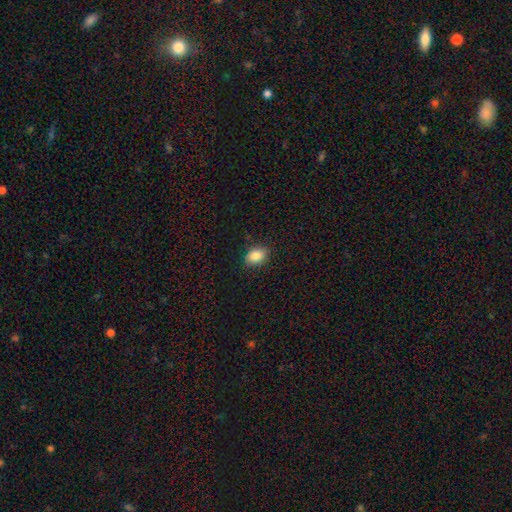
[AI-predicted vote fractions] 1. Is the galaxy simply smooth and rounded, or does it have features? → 85% smooth, 9% star or artifact, 6% featured or disk.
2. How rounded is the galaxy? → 69% in between, 30% round, 1% cigar-shaped.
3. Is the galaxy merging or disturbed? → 85% none, 12% minor disturbance, 2% major disturbance, 1% merger.